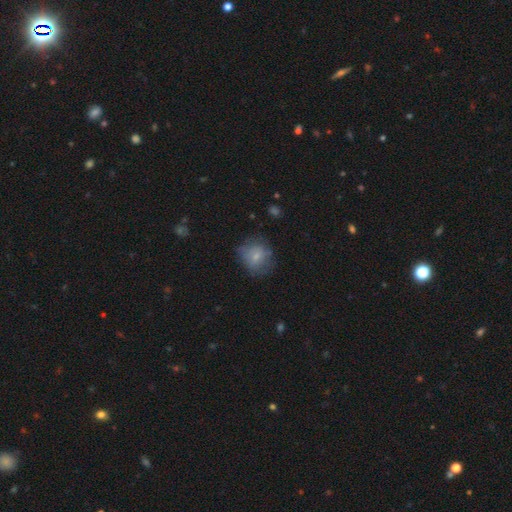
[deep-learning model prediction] A smooth galaxy with no disk features (70%) that is round (75%).

Vote fractions:
- Smooth or featured? smooth: 70% / featured or disk: 21% / star or artifact: 9%
- How rounded? round: 75% / in between: 24% / cigar-shaped: 1%
- Merging? none: 61% / minor disturbance: 25% / major disturbance: 13% / merger: 2%